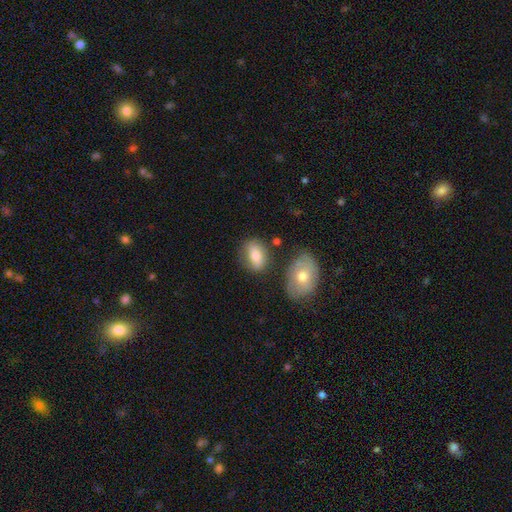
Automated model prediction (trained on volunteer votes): Q: Smooth or featured?
A: smooth (71%); runner-up: featured or disk (22%)
Q: How rounded?
A: in between (76%); runner-up: round (20%)
Q: Merging?
A: none (72%); runner-up: minor disturbance (16%)